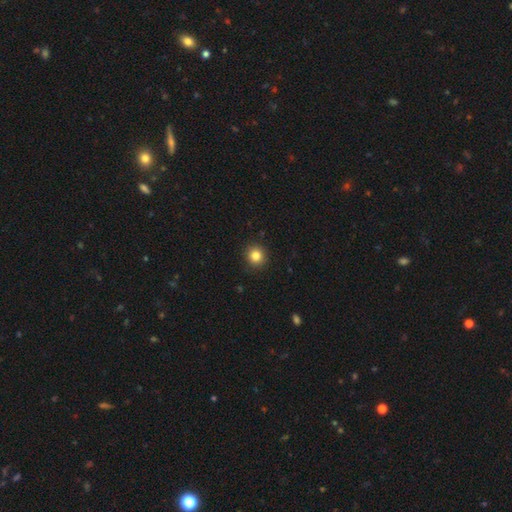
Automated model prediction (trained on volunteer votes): This is clearly a smooth galaxy (83%). How rounded: clearly round (92%). Merging: clearly none (92%).